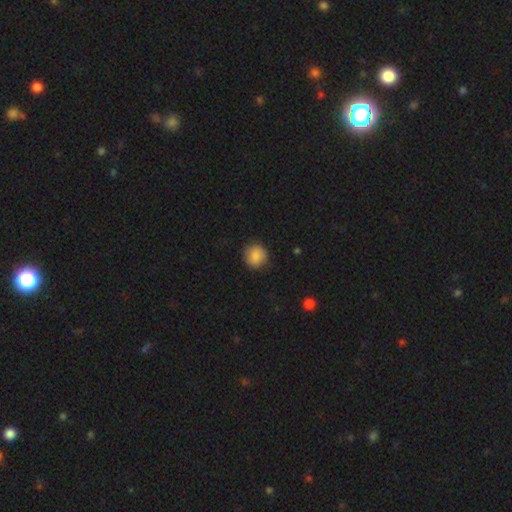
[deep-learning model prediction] Overall: smooth (86%). How rounded: round (92%). Merging: none (88%).